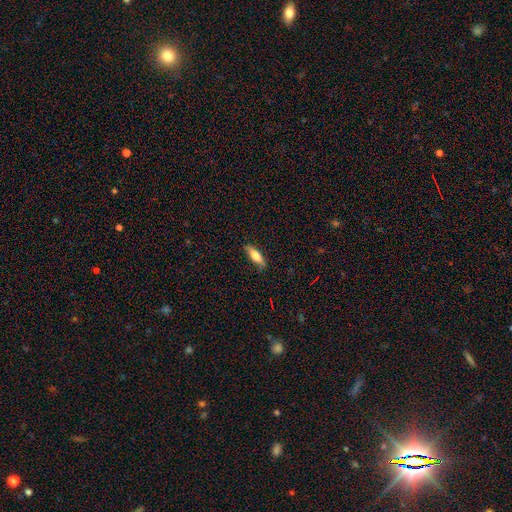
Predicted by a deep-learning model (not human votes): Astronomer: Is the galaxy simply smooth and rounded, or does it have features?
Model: smooth — 68%.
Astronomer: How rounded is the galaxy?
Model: cigar-shaped — 51% (runner-up: in between, 47%).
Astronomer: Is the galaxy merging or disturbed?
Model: none — 80%.